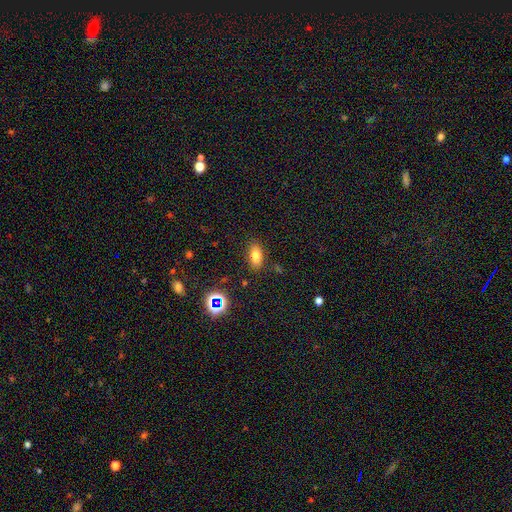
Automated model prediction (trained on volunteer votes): This is likely a smooth galaxy (74%). How rounded: clearly in between (83%). Merging: clearly none (85%).